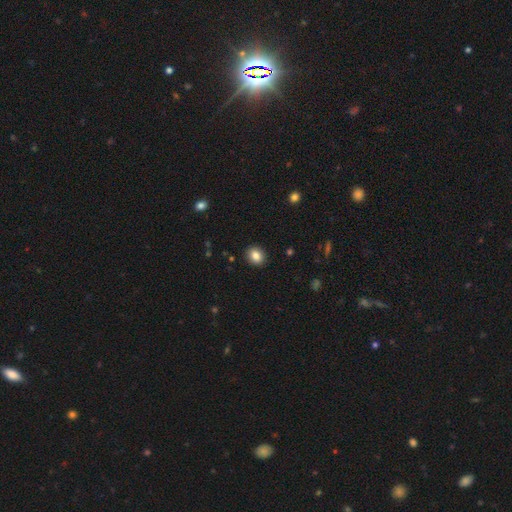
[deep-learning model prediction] A smooth galaxy with no disk features (84%) that is round (65%). Merging: none (91%).